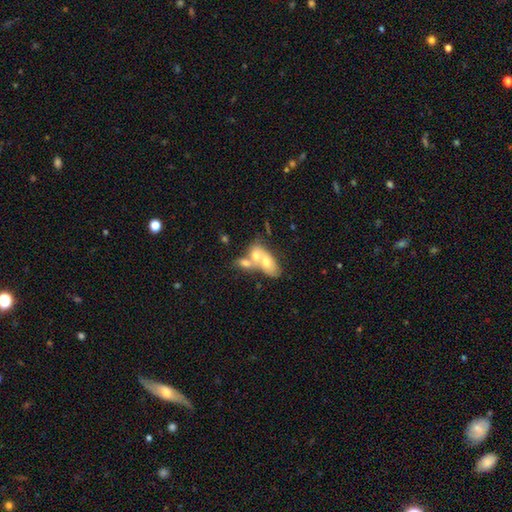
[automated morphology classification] Q: Smooth or featured?
A: smooth (59%); runner-up: featured or disk (33%)
Q: How rounded?
A: in between (83%); runner-up: round (11%)
Q: Merging?
A: merger (72%); runner-up: none (17%)